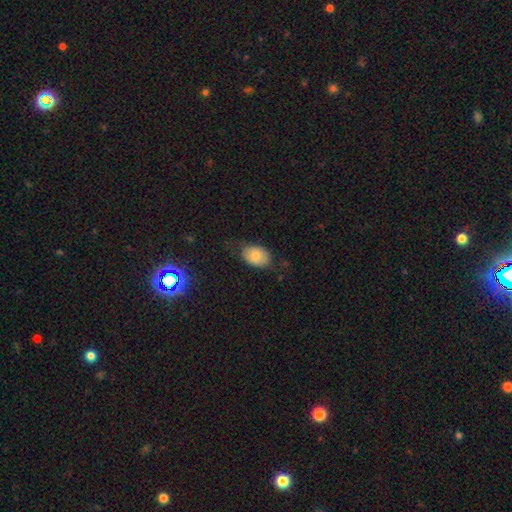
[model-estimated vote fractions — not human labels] A smooth galaxy with no disk features (75%) that is in between round and cigar-shaped (82%). Merging: none (67%).